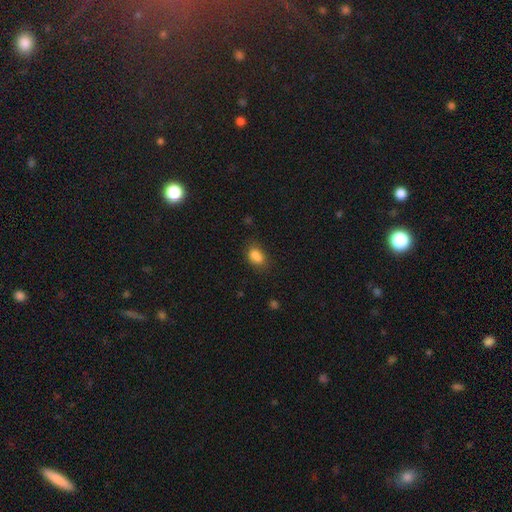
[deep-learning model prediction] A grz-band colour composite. It shows a smooth galaxy with no disk features (81%) that is in between round and cigar-shaped (75%). Merging: none (56%).